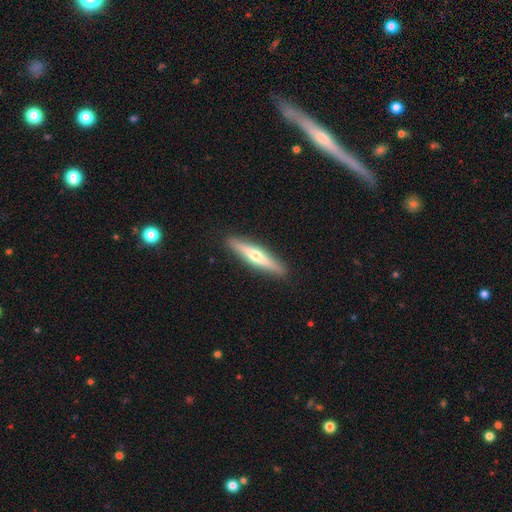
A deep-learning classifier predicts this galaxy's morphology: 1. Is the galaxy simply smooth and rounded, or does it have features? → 60% featured or disk, 35% smooth, 5% star or artifact.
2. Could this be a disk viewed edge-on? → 95% yes, 5% no.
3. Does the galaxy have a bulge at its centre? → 89% rounded, 8% none, 4% boxy.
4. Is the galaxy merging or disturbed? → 91% none, 6% minor disturbance, 1% major disturbance, 1% merger.